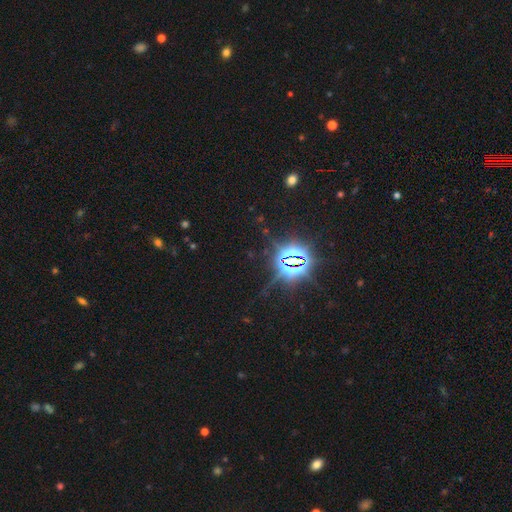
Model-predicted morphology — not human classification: Smooth or featured? Predicted: star or artifact (p=0.84).